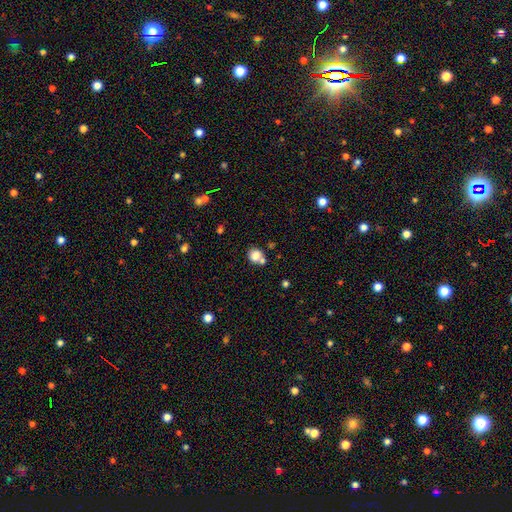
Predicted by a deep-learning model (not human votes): Smooth or featured? Predicted: smooth (p=0.80). How rounded? Predicted: round (p=0.74). Merging? Predicted: none (p=0.50).